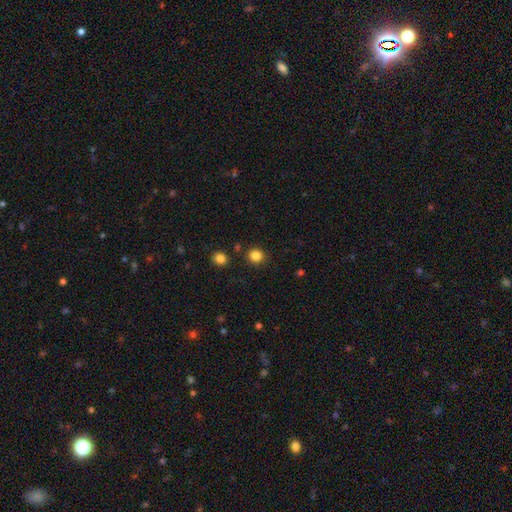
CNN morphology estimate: type=smooth (84%); roundness=round (86%); merging=none (88%).